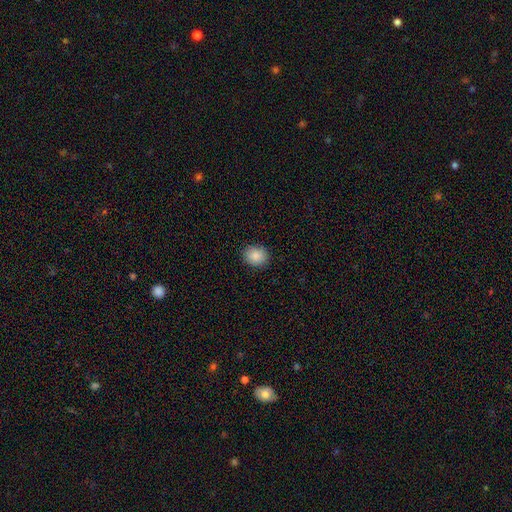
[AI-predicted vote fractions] A smooth galaxy with no disk features (87%) that is round (63%). Merging: none (88%).